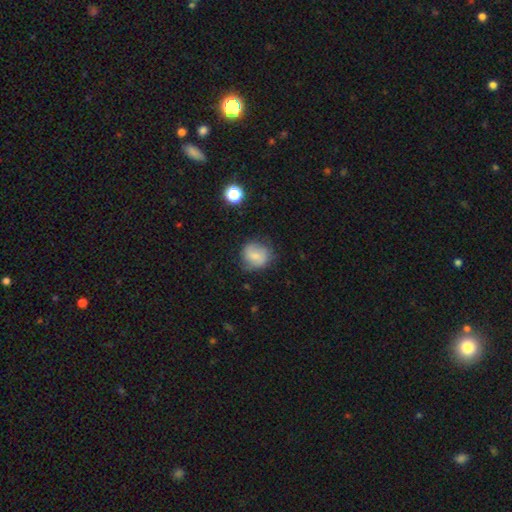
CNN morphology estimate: Smooth or featured: smooth — 68% (featured or disk — 23%)
How rounded: round — 77% (in between — 22%)
Merging: none — 64% (minor disturbance — 25%)